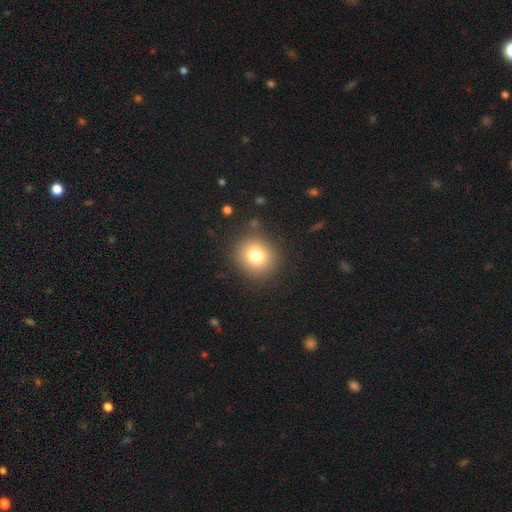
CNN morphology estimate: A smooth galaxy with no disk features (77%) that is round (86%).

Vote fractions:
- Smooth or featured? smooth: 77% / star or artifact: 12% / featured or disk: 11%
- How rounded? round: 86% / in between: 13% / cigar-shaped: 1%
- Merging? none: 86% / minor disturbance: 9% / major disturbance: 4% / merger: 2%